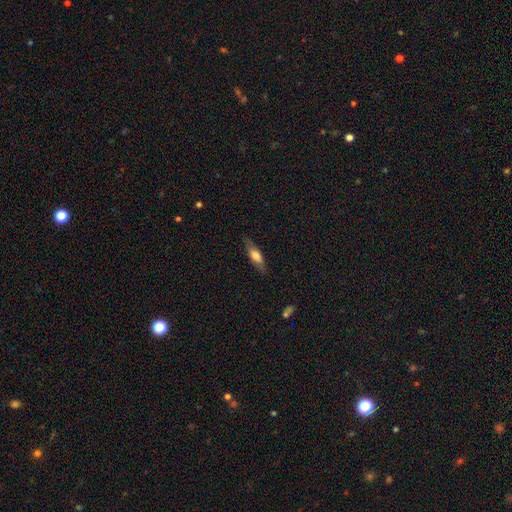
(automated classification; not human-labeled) This is possibly a smooth galaxy (57%). How rounded: possibly cigar-shaped (55%). Merging: clearly none (81%).